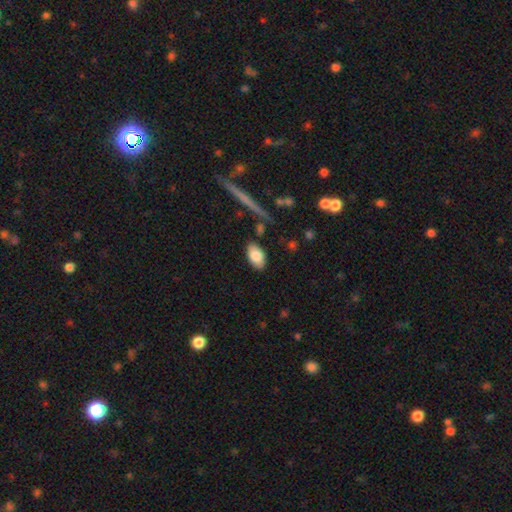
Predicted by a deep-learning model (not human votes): A smooth galaxy with no disk features (83%) that is in between round and cigar-shaped (93%).

Vote fractions:
- Smooth or featured? smooth: 83% / featured or disk: 10% / star or artifact: 7%
- How rounded? in between: 93% / round: 5% / cigar-shaped: 2%
- Merging? none: 83% / minor disturbance: 11% / merger: 3% / major disturbance: 3%